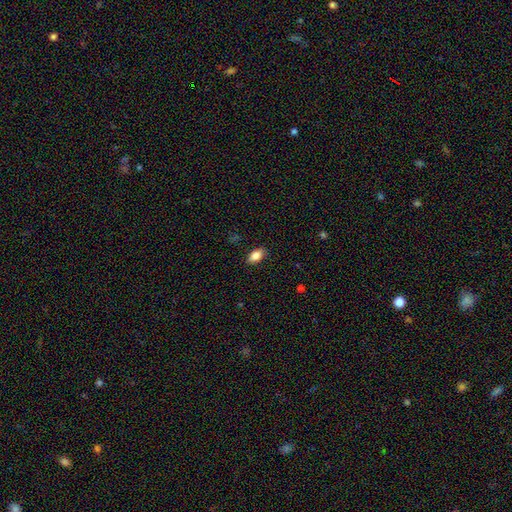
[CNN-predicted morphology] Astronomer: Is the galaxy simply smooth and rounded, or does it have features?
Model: smooth — 82%.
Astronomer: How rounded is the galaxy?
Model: in between — 90%.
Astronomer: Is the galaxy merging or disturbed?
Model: none — 88%.